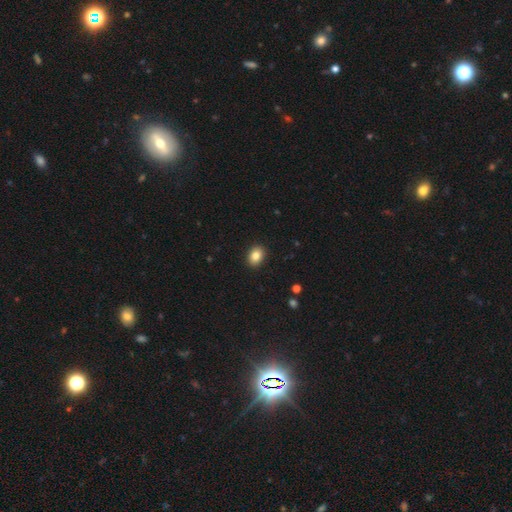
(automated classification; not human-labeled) smooth_or_featured: smooth (p=0.85) [alt: star or artifact p=0.09]
how_rounded: in between (p=0.64) [alt: round p=0.35]
merging: none (p=0.91) [alt: minor disturbance p=0.07]